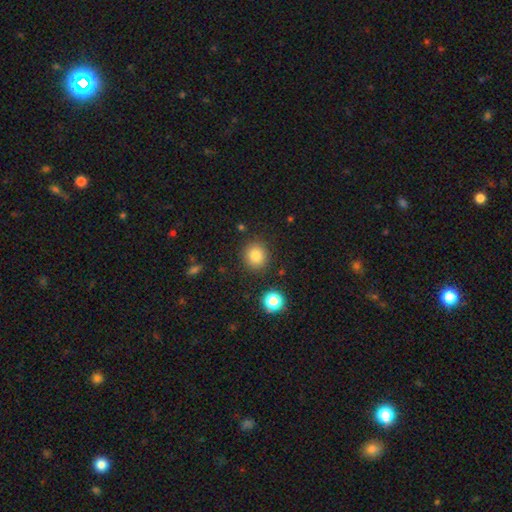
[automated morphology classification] Q: Smooth or featured?
A: smooth (84%); runner-up: star or artifact (11%)
Q: How rounded?
A: round (84%); runner-up: in between (15%)
Q: Merging?
A: none (88%); runner-up: minor disturbance (7%)